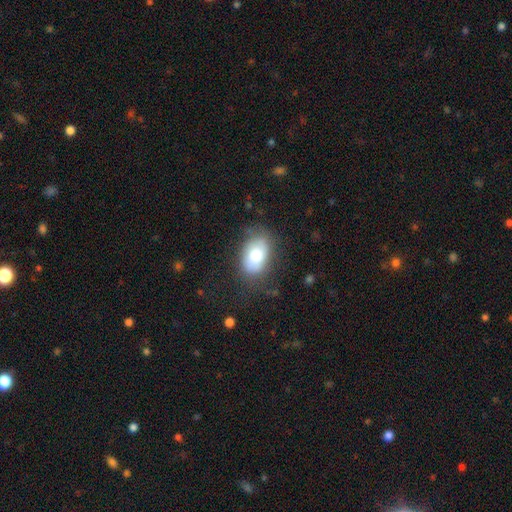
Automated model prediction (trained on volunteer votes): A smooth galaxy with no disk features (75%) that is in between round and cigar-shaped (89%).

Vote fractions:
- Smooth or featured? smooth: 75% / featured or disk: 18% / star or artifact: 7%
- How rounded? in between: 89% / round: 10% / cigar-shaped: 1%
- Merging? none: 70% / minor disturbance: 20% / major disturbance: 9% / merger: 1%